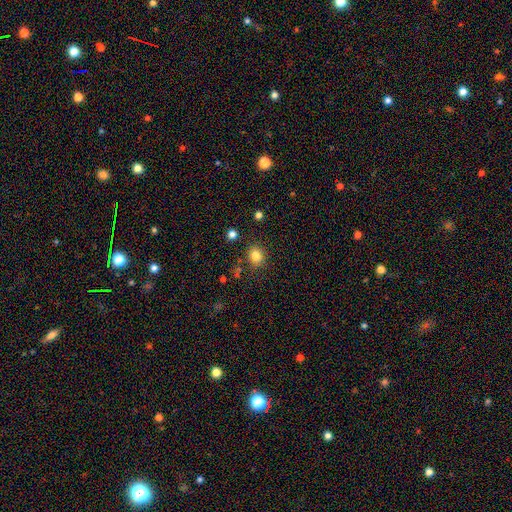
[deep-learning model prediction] smooth-or-featured: smooth: 81% | star or artifact: 13% | featured or disk: 7%
  how-rounded: round: 72% | in between: 27% | cigar-shaped: 1%
  merging: none: 84% | minor disturbance: 10% | major disturbance: 3% | merger: 3%